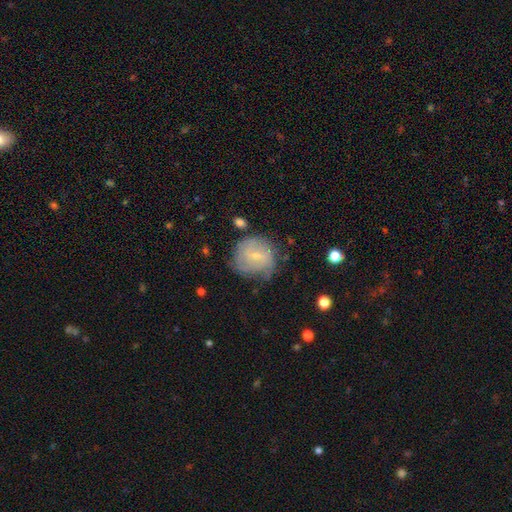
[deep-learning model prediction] This appears to be a featured or disk galaxy (54%) with no bar (55%), spiral arms (72%) and a small central bulge (72%). Merging: none (60%).